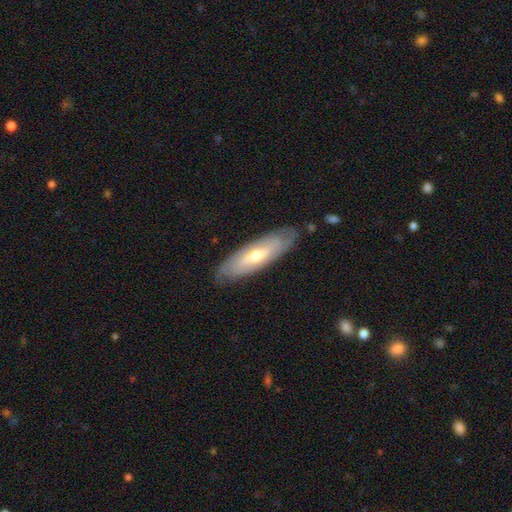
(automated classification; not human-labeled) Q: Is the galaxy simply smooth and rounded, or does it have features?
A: featured or disk — 55%.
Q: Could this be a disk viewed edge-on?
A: no — 67%.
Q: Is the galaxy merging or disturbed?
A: none — 82%.